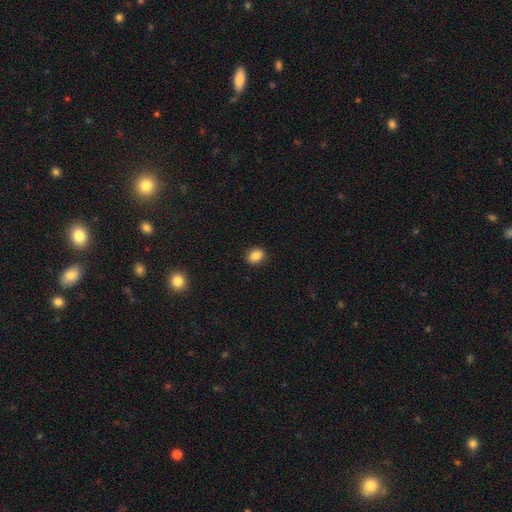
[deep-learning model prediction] Smooth or featured?
  - smooth: 86% *
  - star or artifact: 10%
  - featured or disk: 4%
How rounded?
  - round: 54% *
  - in between: 45%
  - cigar-shaped: 1%
Merging?
  - none: 90% *
  - minor disturbance: 7%
  - major disturbance: 2%
  - merger: 1%